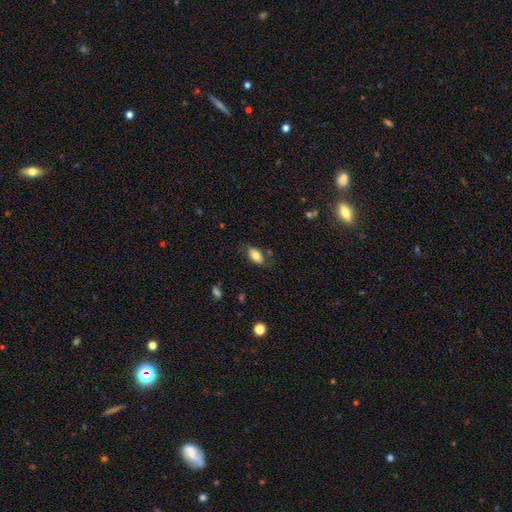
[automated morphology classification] This is likely a smooth galaxy (78%). How rounded: clearly in between (92%). Merging: likely none (76%).